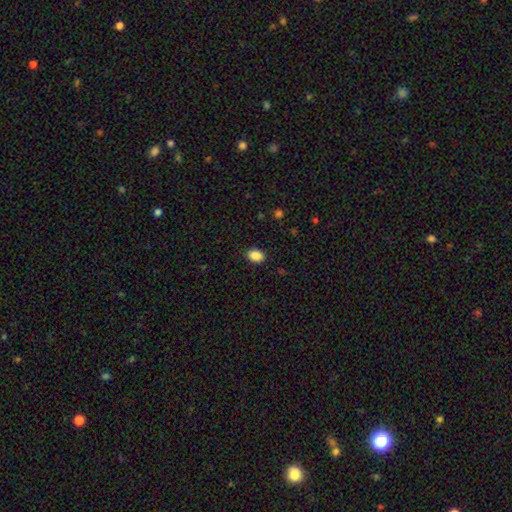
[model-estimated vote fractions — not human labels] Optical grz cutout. It shows a smooth galaxy with no disk features (89%) that is in between round and cigar-shaped (81%). Merging: none (88%).